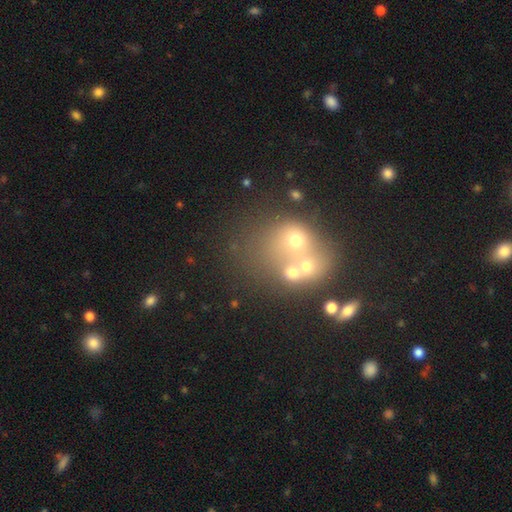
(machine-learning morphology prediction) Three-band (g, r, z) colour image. It shows a smooth galaxy with no disk features (42%). Merging: merger (53%).